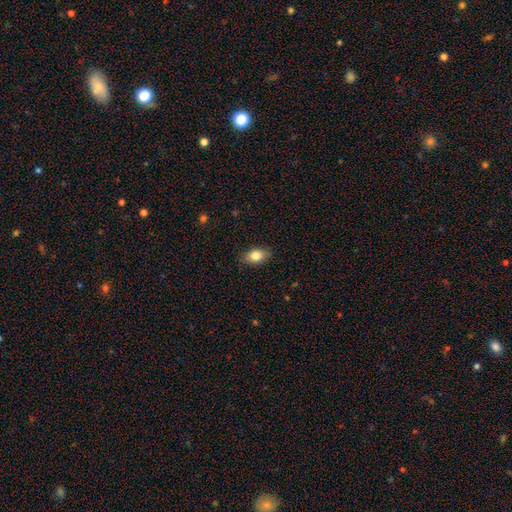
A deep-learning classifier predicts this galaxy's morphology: Q: Smooth or featured?
A: smooth (83%); runner-up: featured or disk (9%)
Q: How rounded?
A: in between (87%); runner-up: round (11%)
Q: Merging?
A: none (87%); runner-up: minor disturbance (10%)